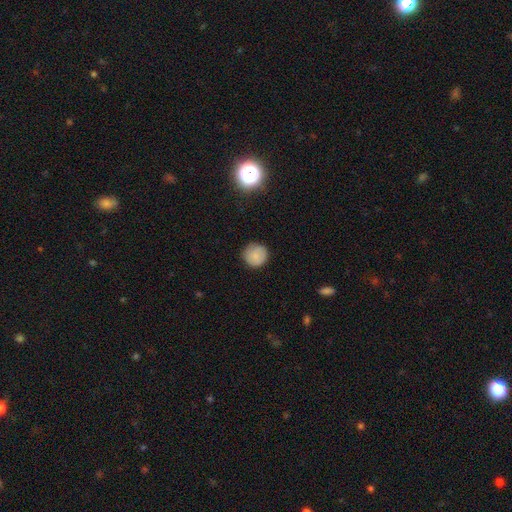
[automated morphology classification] A smooth galaxy with no disk features (82%) that is round (94%).

Vote fractions:
- Smooth or featured? smooth: 82% / star or artifact: 9% / featured or disk: 9%
- How rounded? round: 94% / in between: 5% / cigar-shaped: 1%
- Merging? none: 86% / minor disturbance: 11% / major disturbance: 2% / merger: 1%